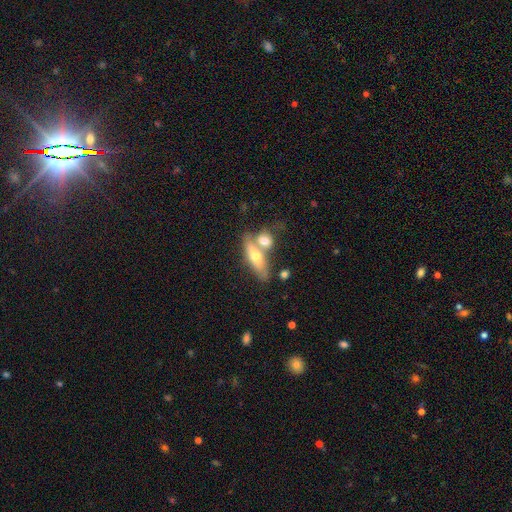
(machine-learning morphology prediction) type=smooth (52%); roundness=in between (53%); merging=merger (45%).